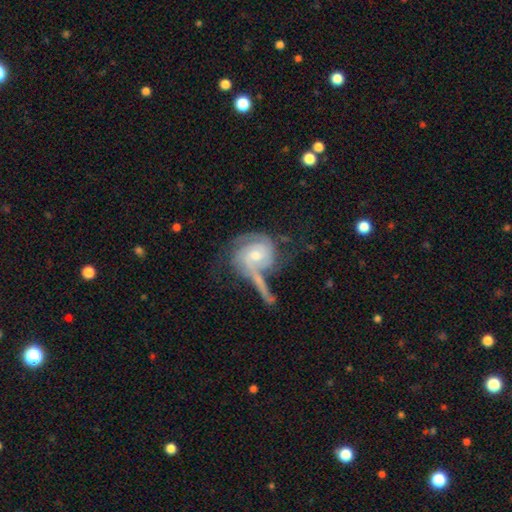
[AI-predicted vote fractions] smooth_or_featured: featured or disk (p=0.84) [alt: smooth p=0.11]
disk_edge_on: no (p=0.96) [alt: yes p=0.04]
bar: no (p=0.57) [alt: weak p=0.35]
has_spiral_arms: yes (p=0.95) [alt: no p=0.05]
spiral_winding: tight (p=0.58) [alt: medium p=0.32]
spiral_arm_count: 2 (p=0.55) [alt: can't tell p=0.18]
bulge_size: moderate (p=0.55) [alt: small p=0.35]
merging: none (p=0.40) [alt: merger p=0.25]